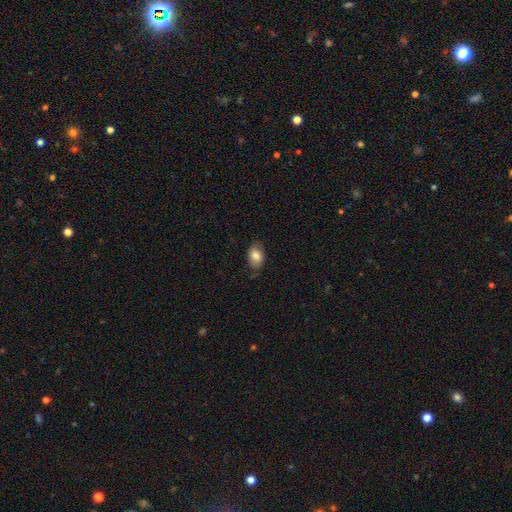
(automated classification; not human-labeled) Smooth or featured? smooth (81%)
How rounded? in between (84%)
Merging? none (75%)